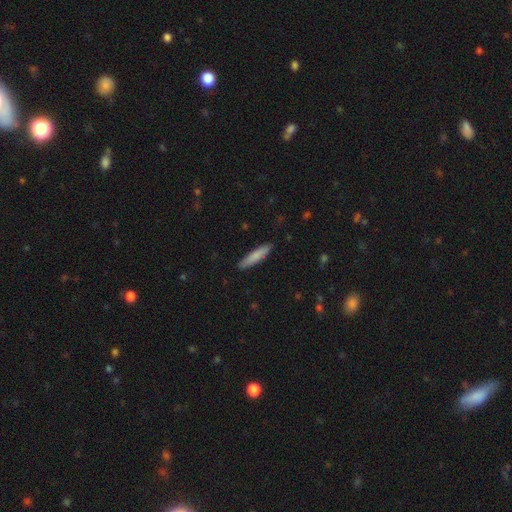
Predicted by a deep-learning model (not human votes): smooth_or_featured: smooth (p=0.81) [alt: featured or disk p=0.14]
how_rounded: cigar-shaped (p=0.86) [alt: in between p=0.13]
merging: none (p=0.89) [alt: minor disturbance p=0.08]